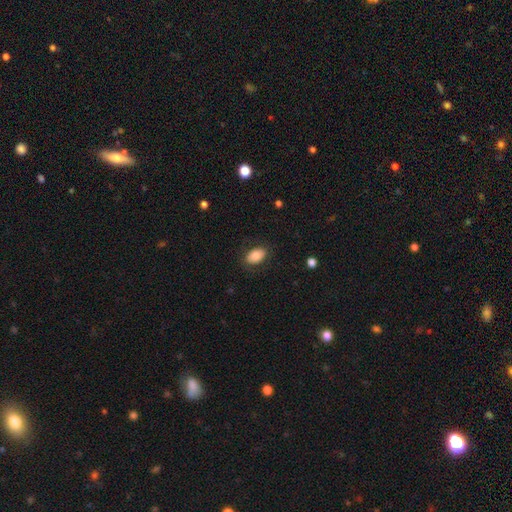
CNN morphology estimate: smooth_or_featured: smooth (p=0.80) [alt: featured or disk p=0.13]
how_rounded: in between (p=0.89) [alt: round p=0.09]
merging: none (p=0.82) [alt: minor disturbance p=0.12]